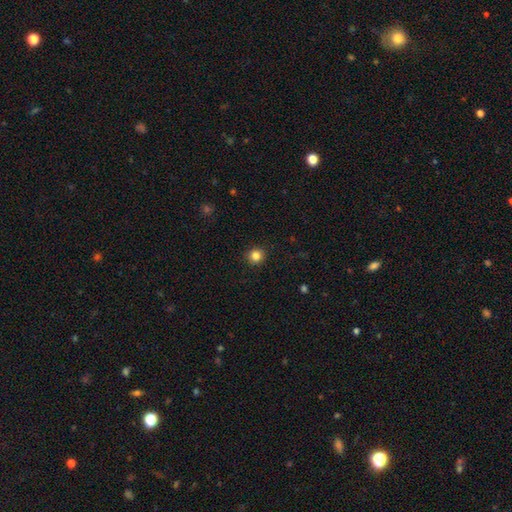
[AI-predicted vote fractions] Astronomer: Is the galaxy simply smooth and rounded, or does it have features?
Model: smooth — 84%.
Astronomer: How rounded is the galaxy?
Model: round — 93%.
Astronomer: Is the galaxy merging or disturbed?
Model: none — 92%.